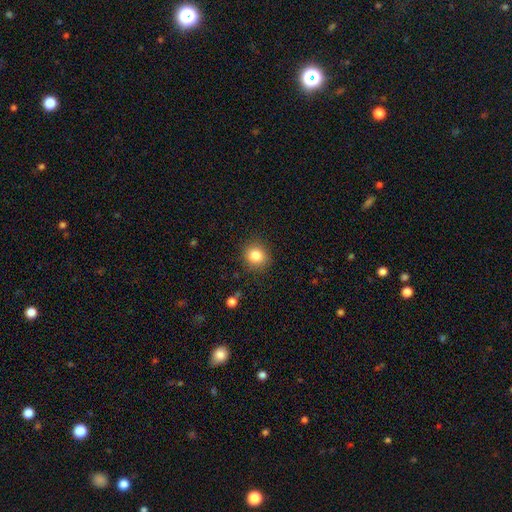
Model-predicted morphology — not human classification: This is clearly a smooth galaxy (83%). How rounded: clearly round (85%). Merging: clearly none (88%).